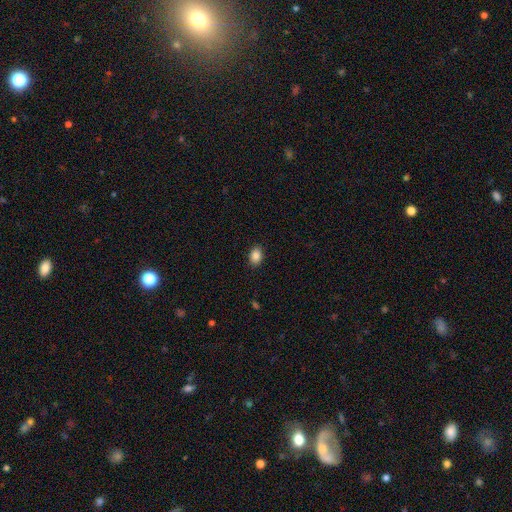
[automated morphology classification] smooth 88%, star or artifact 9%, featured or disk 4%. Down the decision tree: how rounded — in between (76%); merging — none (89%).